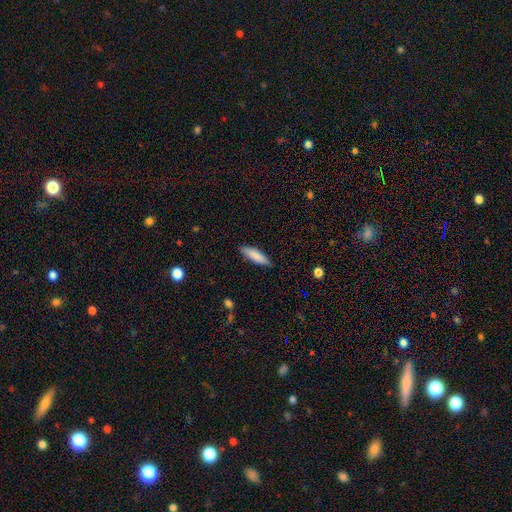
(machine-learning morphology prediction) The model was most divided on "how rounded": cigar-shaped: 65%, in between: 33%, round: 1%. More confident: merging — none (87%); smooth or featured — smooth (84%).